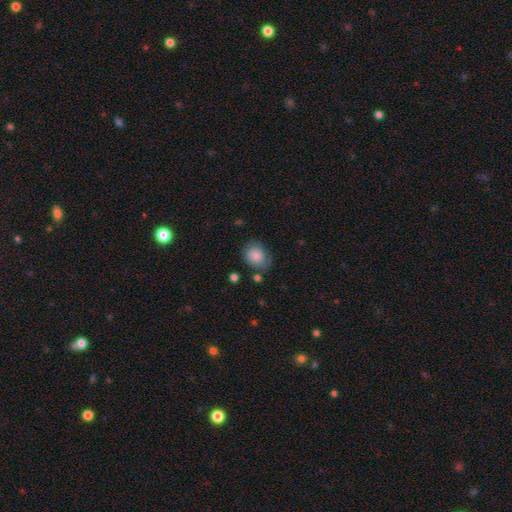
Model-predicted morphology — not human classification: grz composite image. It shows a smooth galaxy with no disk features (79%) that is round (55%). Merging: none (65%).